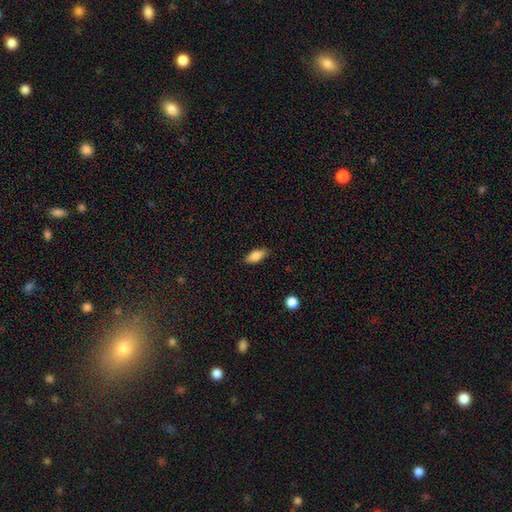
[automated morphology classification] A smooth galaxy with no disk features (82%) that is in between round and cigar-shaped (81%). Merging: none (86%).